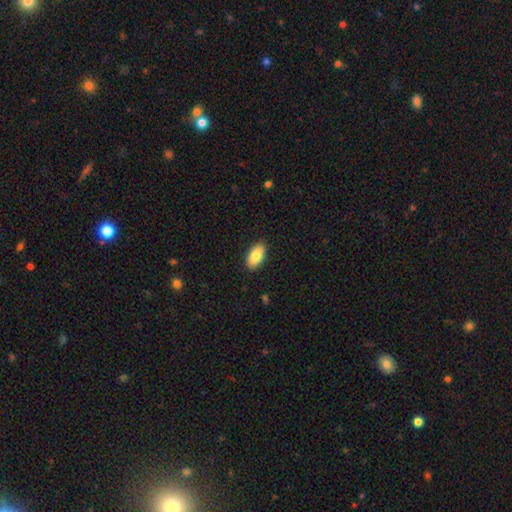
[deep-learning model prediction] Morphology: type=smooth (83%); roundness=in between (93%); merging=none (90%).